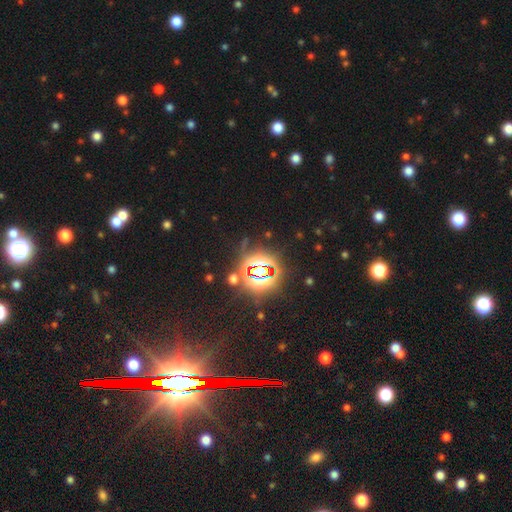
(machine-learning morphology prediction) Q: Smooth or featured?
A: star or artifact (80%); runner-up: smooth (11%)